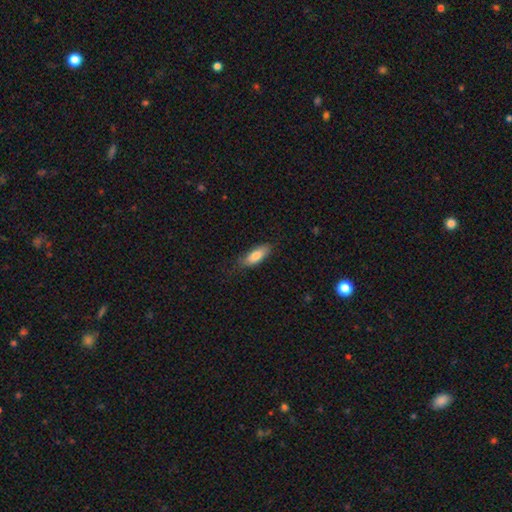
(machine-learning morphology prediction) A smooth galaxy with no disk features (80%) that is in between round and cigar-shaped (70%). Merging: none (74%).